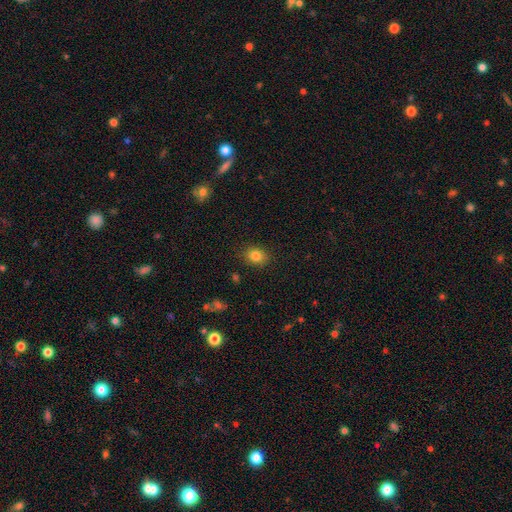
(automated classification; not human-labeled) This appears to be a smooth galaxy with no disk features (83%) that is in between round and cigar-shaped (50%). Merging: none (86%).